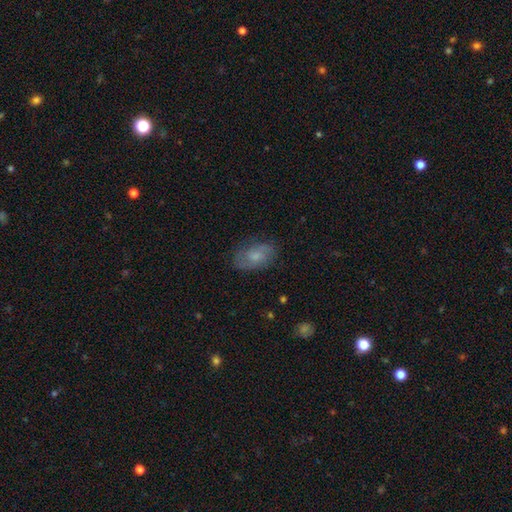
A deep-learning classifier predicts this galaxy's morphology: smooth_or_featured: smooth (p=0.54) [alt: featured or disk p=0.37]
how_rounded: in between (p=0.88) [alt: round p=0.10]
merging: none (p=0.71) [alt: minor disturbance p=0.20]